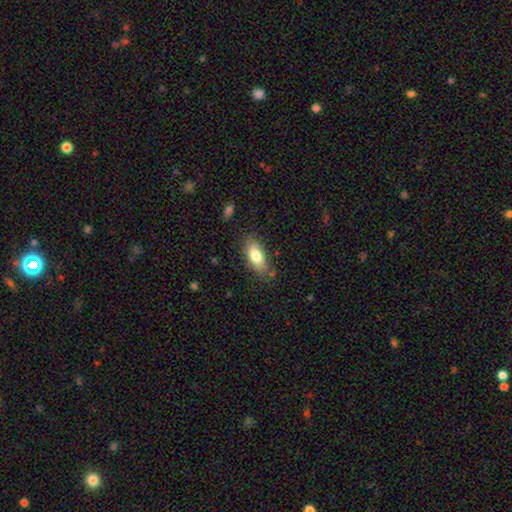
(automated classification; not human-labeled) The model was most divided on "smooth or featured": smooth: 77%, featured or disk: 16%, star or artifact: 7%. More confident: how rounded — in between (83%); merging — none (79%).